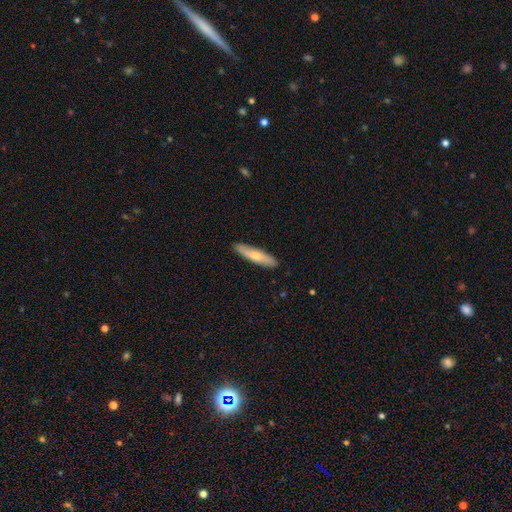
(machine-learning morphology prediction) smooth_or_featured: smooth (p=0.65) [alt: featured or disk p=0.30]
how_rounded: cigar-shaped (p=0.77) [alt: in between p=0.21]
merging: none (p=0.89) [alt: minor disturbance p=0.09]